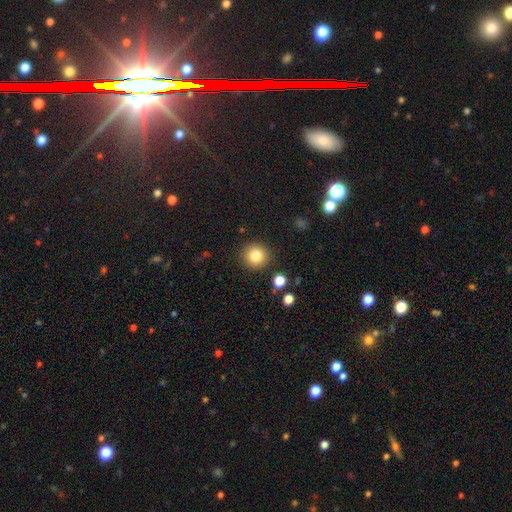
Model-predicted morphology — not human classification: A smooth galaxy with no disk features (83%) that is round (92%). Merging: none (89%).